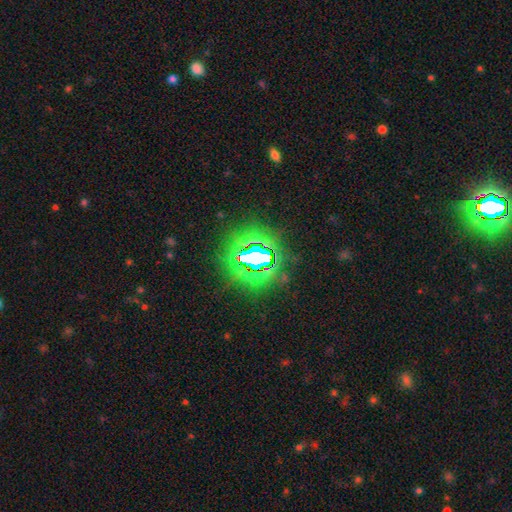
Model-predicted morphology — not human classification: Smooth or featured? Predicted: star or artifact (p=0.80).